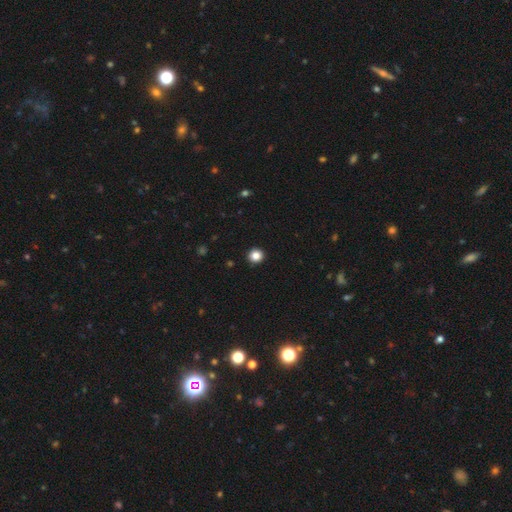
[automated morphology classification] Smooth or featured? Predicted: smooth (p=0.85). How rounded? Predicted: round (p=0.93). Merging? Predicted: none (p=0.93).